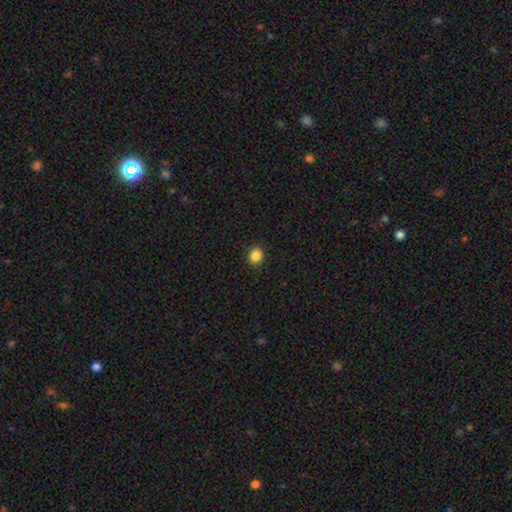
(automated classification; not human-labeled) smooth-or-featured: smooth: 86% | star or artifact: 11% | featured or disk: 3%
  how-rounded: round: 74% | in between: 25% | cigar-shaped: 1%
  merging: none: 91% | minor disturbance: 6% | major disturbance: 2% | merger: 1%